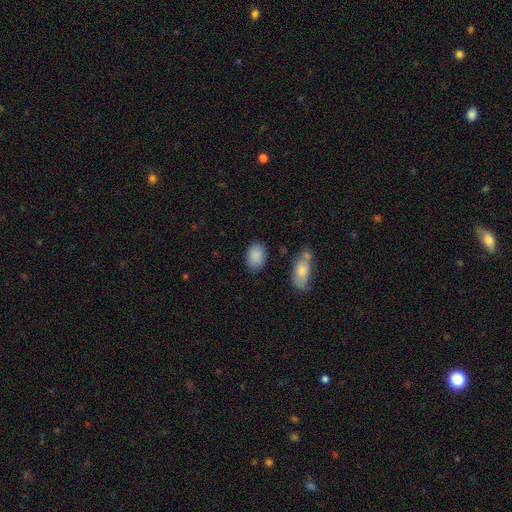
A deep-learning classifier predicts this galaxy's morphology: This appears to be a smooth galaxy with no disk features (88%) that is in between round and cigar-shaped (83%). Merging: none (83%).